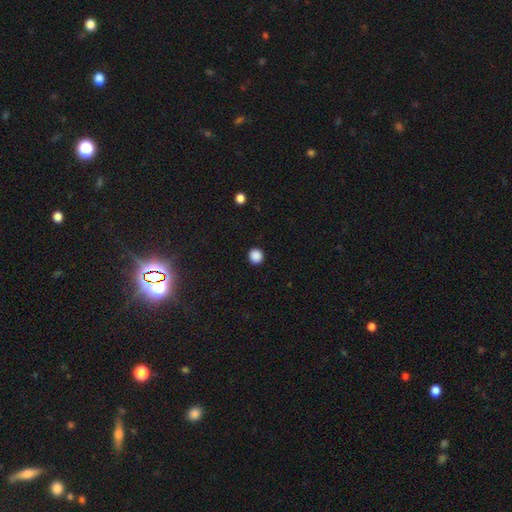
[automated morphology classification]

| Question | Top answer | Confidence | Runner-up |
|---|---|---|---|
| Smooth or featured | smooth | 88% | star or artifact (10%) |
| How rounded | round | 93% | in between (6%) |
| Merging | none | 93% | minor disturbance (4%) |